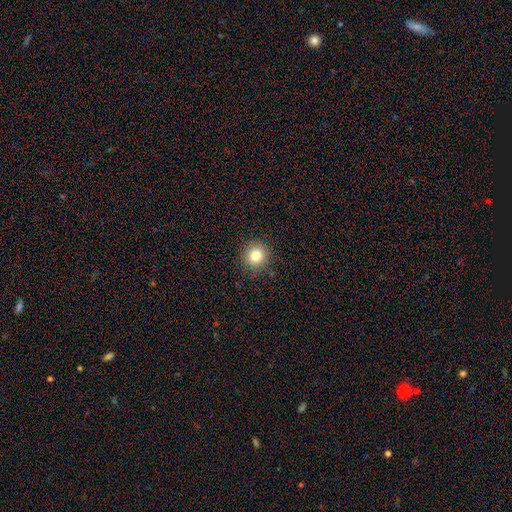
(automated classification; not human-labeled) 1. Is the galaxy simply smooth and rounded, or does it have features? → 82% smooth, 12% star or artifact, 7% featured or disk.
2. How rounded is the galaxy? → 90% round, 9% in between, 1% cigar-shaped.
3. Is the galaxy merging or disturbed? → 88% none, 8% minor disturbance, 2% major disturbance, 1% merger.